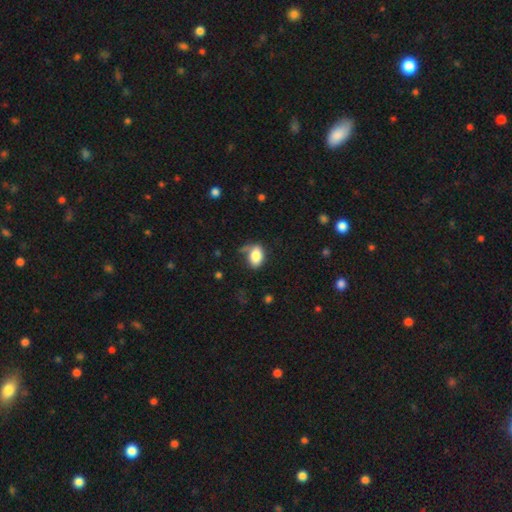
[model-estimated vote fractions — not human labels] Smooth or featured?
  - smooth: 83% *
  - featured or disk: 9%
  - star or artifact: 8%
How rounded?
  - in between: 87% *
  - round: 11%
  - cigar-shaped: 2%
Merging?
  - none: 51% *
  - minor disturbance: 27%
  - major disturbance: 14%
  - merger: 7%